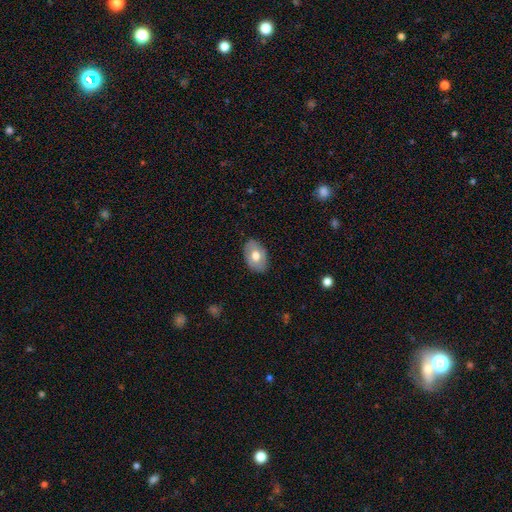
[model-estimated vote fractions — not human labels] Smooth or featured: smooth — 66% (featured or disk — 28%)
How rounded: in between — 88% (round — 11%)
Merging: none — 84% (minor disturbance — 12%)